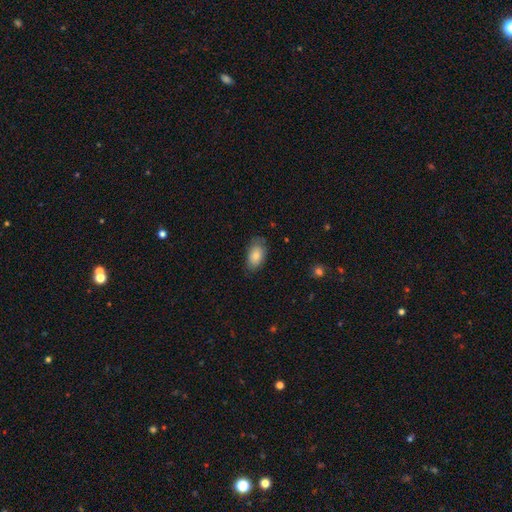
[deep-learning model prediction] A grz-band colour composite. It shows a smooth galaxy with no disk features (83%) that is in between round and cigar-shaped (93%). Merging: none (71%).